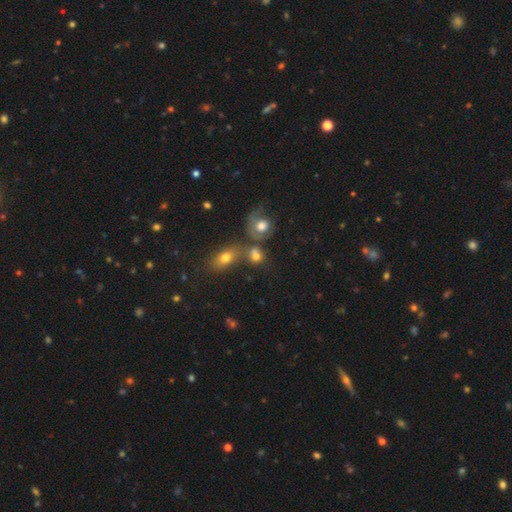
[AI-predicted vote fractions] The model was most divided on "merging": none: 40%, merger: 39%, minor disturbance: 12%, major disturbance: 9%. More confident: smooth or featured — smooth (73%); how rounded — round (61%).